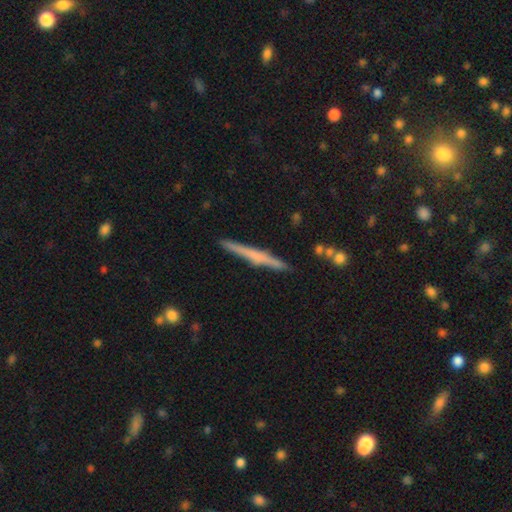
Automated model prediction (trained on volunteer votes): Overall: featured or disk (56%; smooth 37%). Edge-on disk: yes (97%). Edge-on bulge: none (49%; rounded 35%). Merging: none (89%).